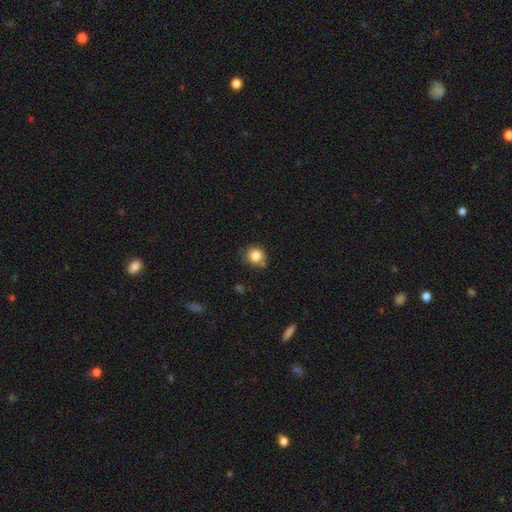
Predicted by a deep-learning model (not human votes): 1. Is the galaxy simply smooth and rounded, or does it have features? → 84% smooth, 11% star or artifact, 6% featured or disk.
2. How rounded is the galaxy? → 88% round, 11% in between, 1% cigar-shaped.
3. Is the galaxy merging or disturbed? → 74% none, 17% minor disturbance, 6% merger, 4% major disturbance.